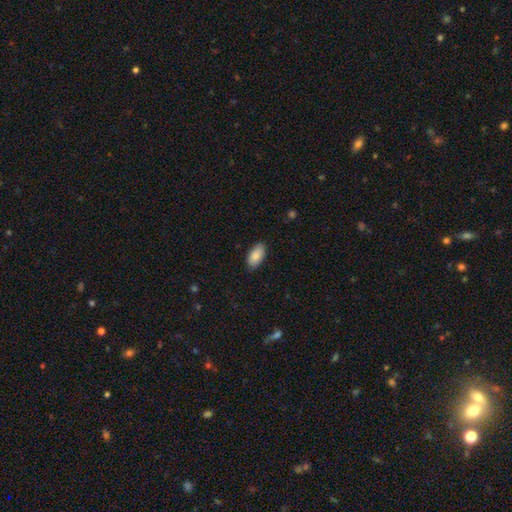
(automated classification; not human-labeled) A smooth galaxy with no disk features (87%) that is in between round and cigar-shaped (93%).

Vote fractions:
- Smooth or featured? smooth: 87% / featured or disk: 7% / star or artifact: 6%
- How rounded? in between: 93% / cigar-shaped: 5% / round: 2%
- Merging? none: 85% / minor disturbance: 12% / major disturbance: 2% / merger: 1%